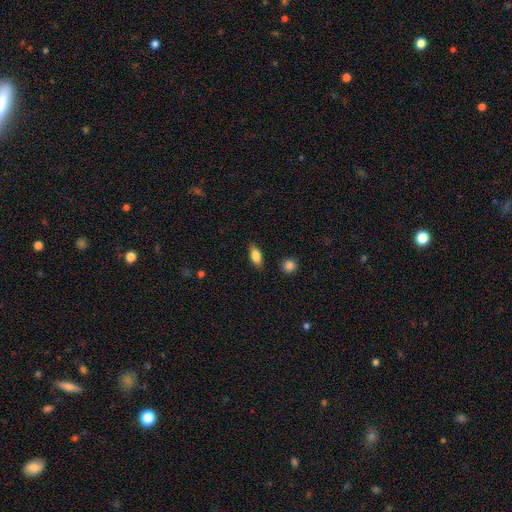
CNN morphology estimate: This appears to be a smooth galaxy with no disk features (83%) that is in between round and cigar-shaped (85%). Merging: none (85%).